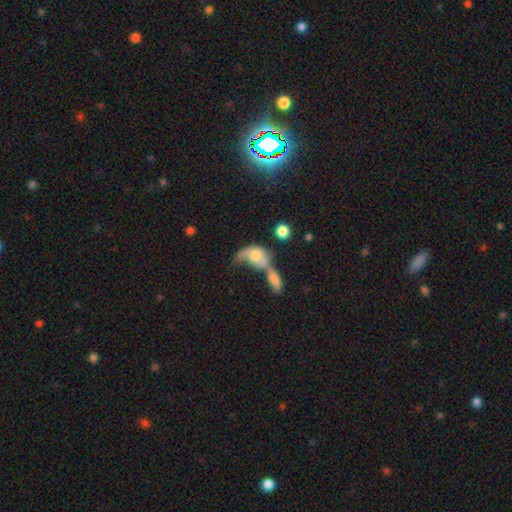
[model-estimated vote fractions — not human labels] Smooth or featured? Predicted: smooth (p=0.57). How rounded? Predicted: in between (p=0.69). Merging? Predicted: merger (p=0.59).